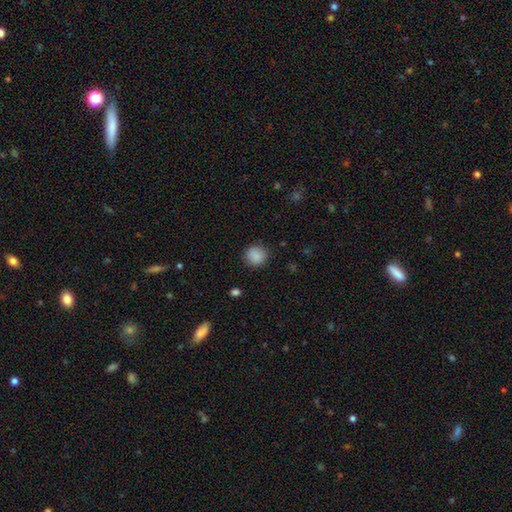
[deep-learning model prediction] Overall: smooth (88%). How rounded: round (90%). Merging: none (86%).